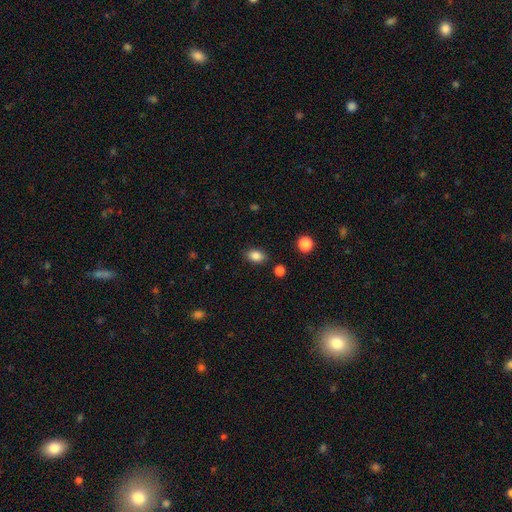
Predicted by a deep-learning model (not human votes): smooth_or_featured: smooth (p=0.85) [alt: star or artifact p=0.10]
how_rounded: in between (p=0.83) [alt: round p=0.15]
merging: none (p=0.85) [alt: minor disturbance p=0.10]